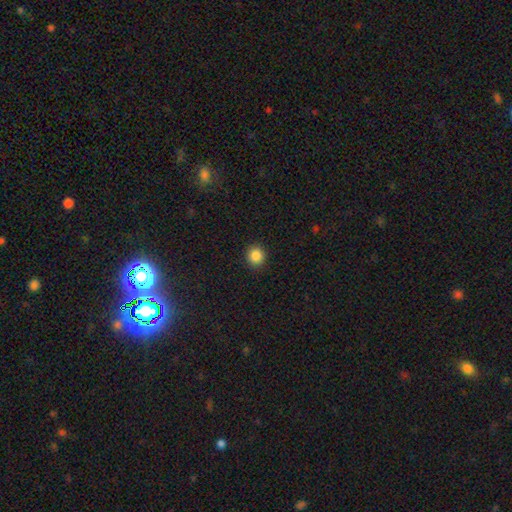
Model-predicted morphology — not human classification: Overall: smooth (87%). How rounded: round (88%). Merging: none (91%).